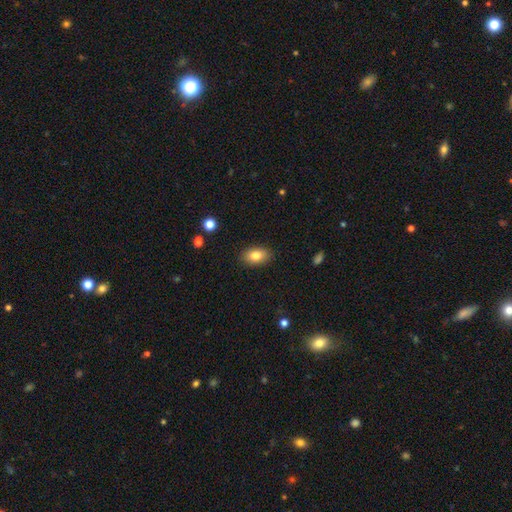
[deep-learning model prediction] Smooth or featured?
  - smooth: 81% *
  - featured or disk: 11%
  - star or artifact: 8%
How rounded?
  - in between: 89% *
  - round: 9%
  - cigar-shaped: 2%
Merging?
  - none: 88% *
  - minor disturbance: 9%
  - major disturbance: 2%
  - merger: 1%